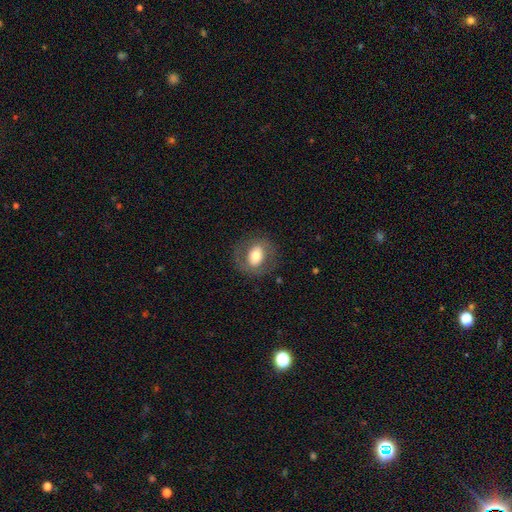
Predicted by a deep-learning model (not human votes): A smooth galaxy with no disk features (61%) that is round (56%). Merging: none (78%).